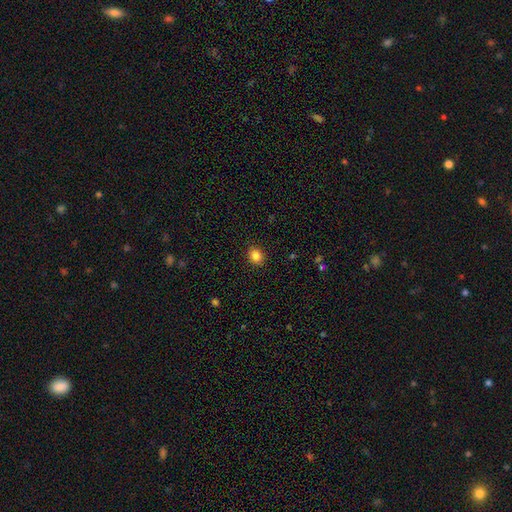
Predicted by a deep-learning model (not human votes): smooth_or_featured: smooth (p=0.85) [alt: star or artifact p=0.11]
how_rounded: round (p=0.67) [alt: in between p=0.32]
merging: none (p=0.91) [alt: minor disturbance p=0.06]